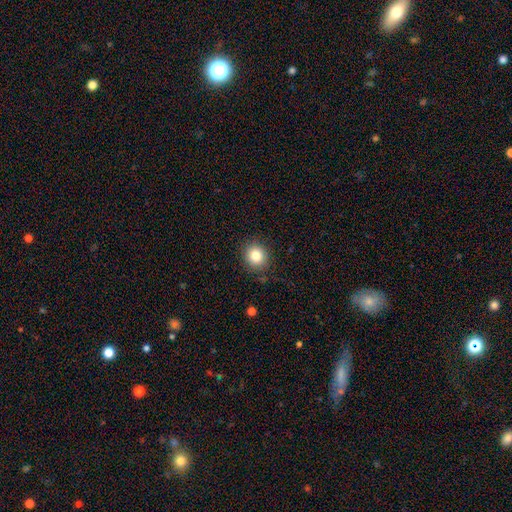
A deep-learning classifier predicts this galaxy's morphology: Overall: smooth (82%). How rounded: round (82%). Merging: none (88%).